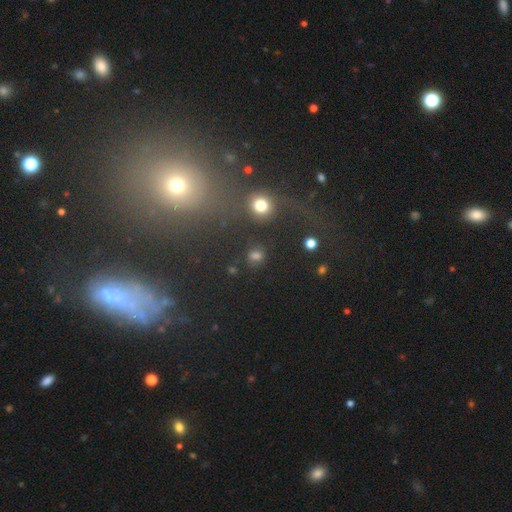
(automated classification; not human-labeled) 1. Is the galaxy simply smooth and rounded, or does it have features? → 70% smooth, 23% star or artifact, 7% featured or disk.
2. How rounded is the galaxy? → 83% round, 16% in between, 2% cigar-shaped.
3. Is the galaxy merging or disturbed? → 79% none, 9% minor disturbance, 6% merger, 6% major disturbance.